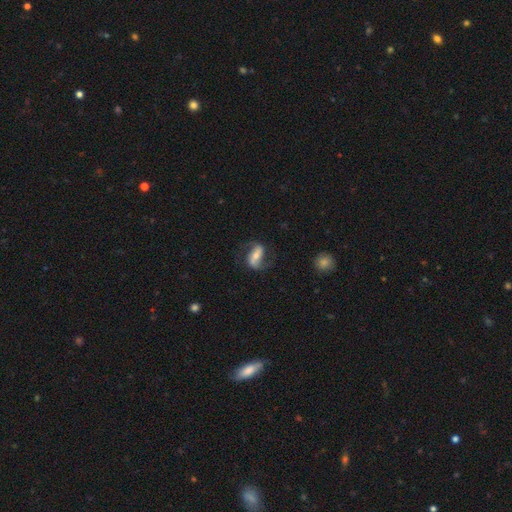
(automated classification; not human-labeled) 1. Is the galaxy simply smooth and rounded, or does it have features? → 73% featured or disk, 21% smooth, 7% star or artifact.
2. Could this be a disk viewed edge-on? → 94% no, 6% yes.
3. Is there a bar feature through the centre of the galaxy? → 53% strong, 28% weak, 20% no.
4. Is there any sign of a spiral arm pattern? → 91% yes, 9% no.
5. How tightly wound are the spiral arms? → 47% loose, 39% medium, 13% tight.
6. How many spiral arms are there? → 90% 2, 4% can't tell, 4% 1, 1% 3, 1% 4, 1% more than 4.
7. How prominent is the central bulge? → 49% moderate, 40% small, 7% large, 3% none, 2% dominant.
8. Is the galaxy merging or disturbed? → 69% none, 17% minor disturbance, 13% major disturbance, 2% merger.